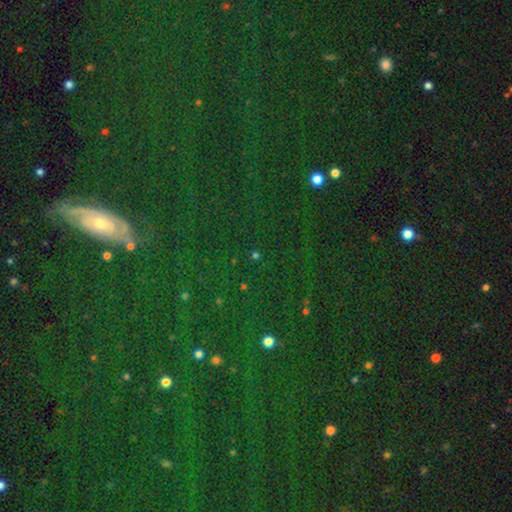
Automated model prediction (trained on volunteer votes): This is likely a star or artifact rather than a galaxy (72%).